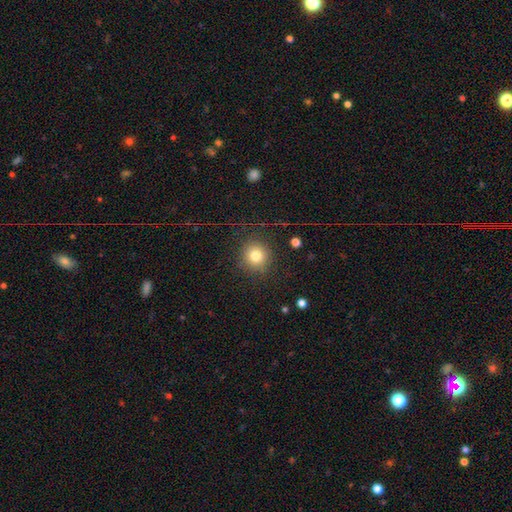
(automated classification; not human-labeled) Smooth or featured?
  - smooth: 78% *
  - star or artifact: 14%
  - featured or disk: 8%
How rounded?
  - round: 92% *
  - in between: 7%
  - cigar-shaped: 1%
Merging?
  - none: 87% *
  - minor disturbance: 8%
  - major disturbance: 3%
  - merger: 1%